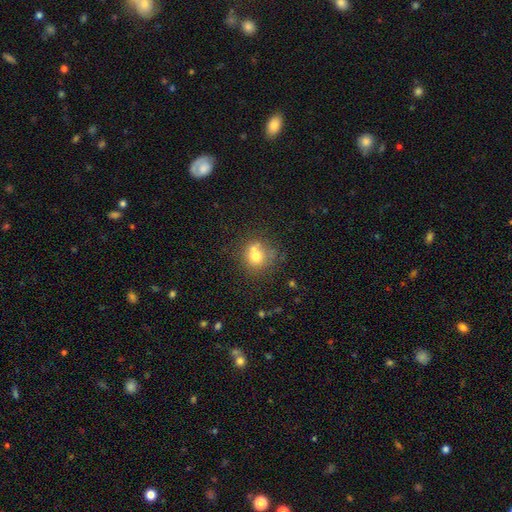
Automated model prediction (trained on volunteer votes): Smooth or featured? Predicted: smooth (p=0.69). How rounded? Predicted: round (p=0.80). Merging? Predicted: none (p=0.51).